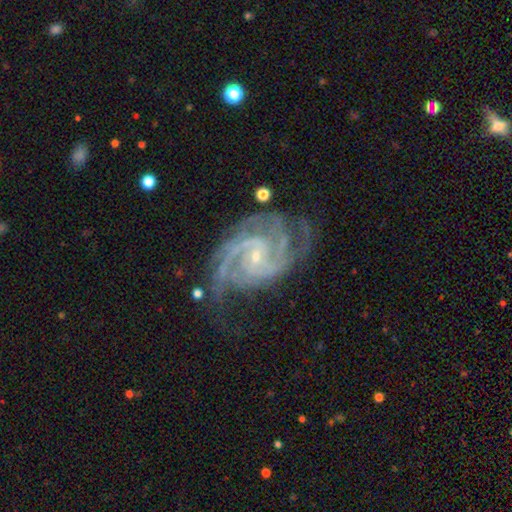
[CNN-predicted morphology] Q: Smooth or featured?
A: featured or disk (92%); runner-up: star or artifact (5%)
Q: Edge-on disk?
A: no (98%); runner-up: yes (2%)
Q: Bar?
A: no (50%); runner-up: weak (37%)
Q: Spiral arms?
A: yes (98%); runner-up: no (2%)
Q: Spiral winding?
A: tight (50%); runner-up: medium (43%)
Q: Spiral arm count?
A: 2 (28%); tied with: 3 (28%)
Q: Bulge size?
A: small (82%); runner-up: moderate (14%)
Q: Merging?
A: none (63%); runner-up: minor disturbance (22%)